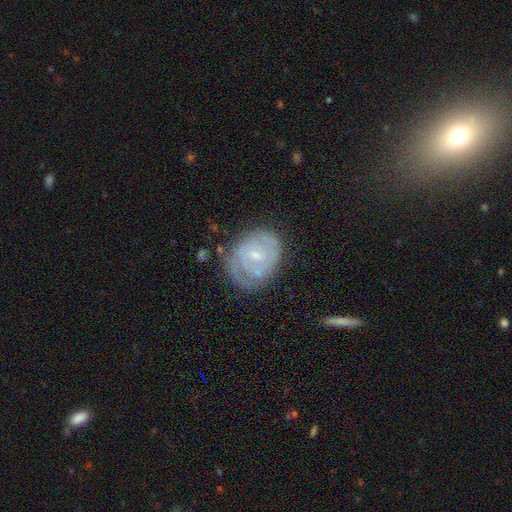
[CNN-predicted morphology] This appears to be a featured or disk galaxy (77%) with no bar (64%), 2 (36%) tight (69%) spiral arms (90%) and a small central bulge (69%). Merging: none (66%).